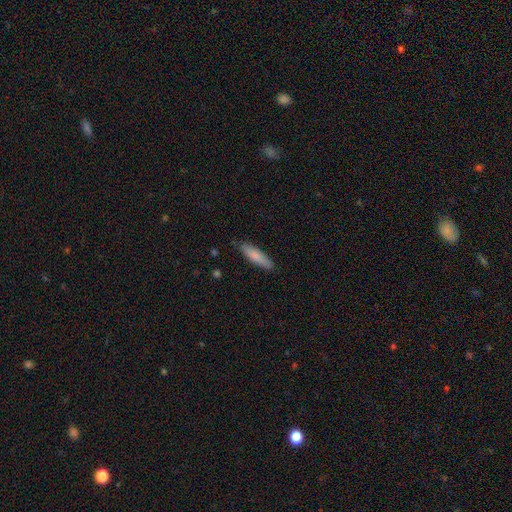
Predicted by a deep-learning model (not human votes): Smooth or featured? smooth (82%)
How rounded? cigar-shaped (71%)
Merging? none (85%)